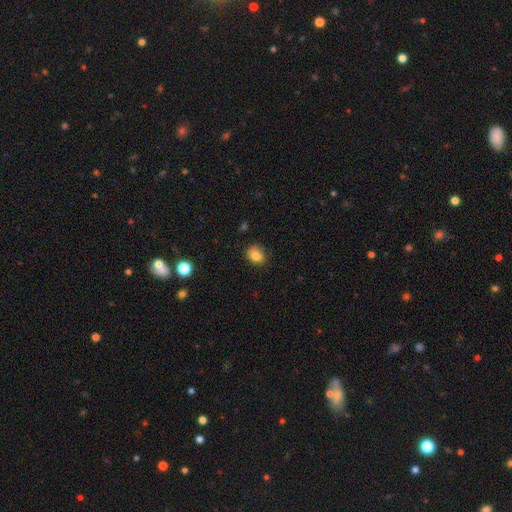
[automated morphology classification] type=smooth (83%); roundness=in between (53%); merging=none (79%).